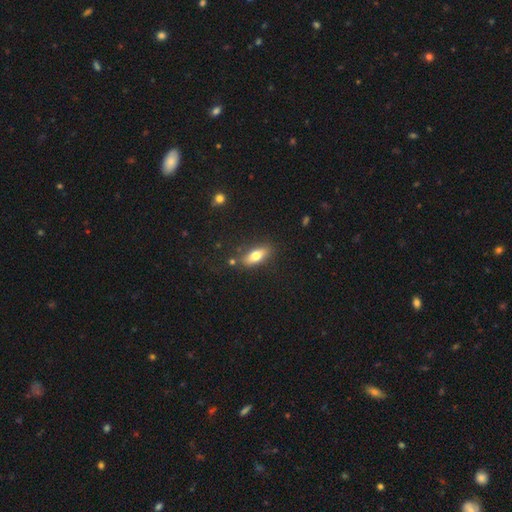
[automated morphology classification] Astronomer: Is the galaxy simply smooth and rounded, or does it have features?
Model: smooth — 71%.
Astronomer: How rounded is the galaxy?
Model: in between — 72%.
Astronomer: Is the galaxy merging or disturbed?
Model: none — 79%.